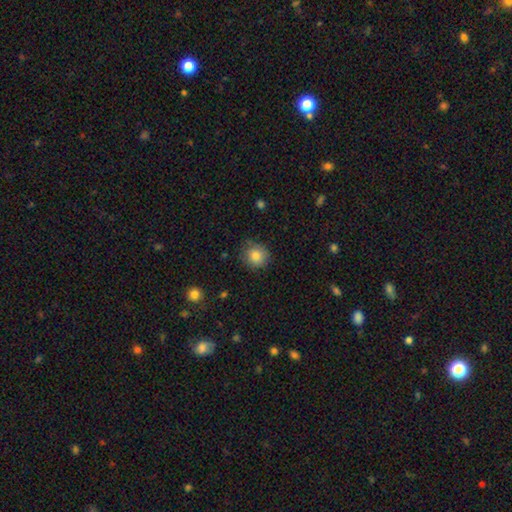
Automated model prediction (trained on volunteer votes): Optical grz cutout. It shows a smooth galaxy with no disk features (83%) that is round (87%). Merging: none (75%).